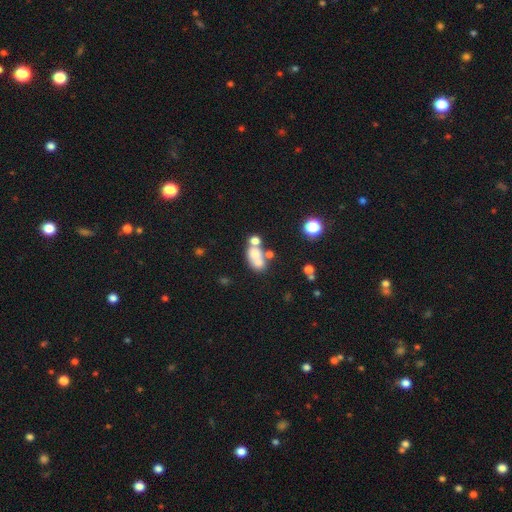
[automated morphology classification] Q: Smooth or featured?
A: smooth (60%); runner-up: featured or disk (27%)
Q: How rounded?
A: in between (75%); runner-up: round (22%)
Q: Merging?
A: merger (48%); runner-up: none (31%)